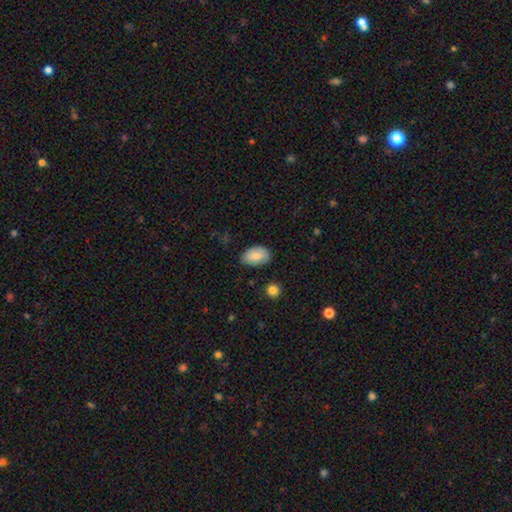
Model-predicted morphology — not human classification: smooth-or-featured: smooth: 79% | featured or disk: 14% | star or artifact: 7%
  how-rounded: in between: 90% | round: 9% | cigar-shaped: 1%
  merging: none: 71% | minor disturbance: 24% | major disturbance: 4% | merger: 2%